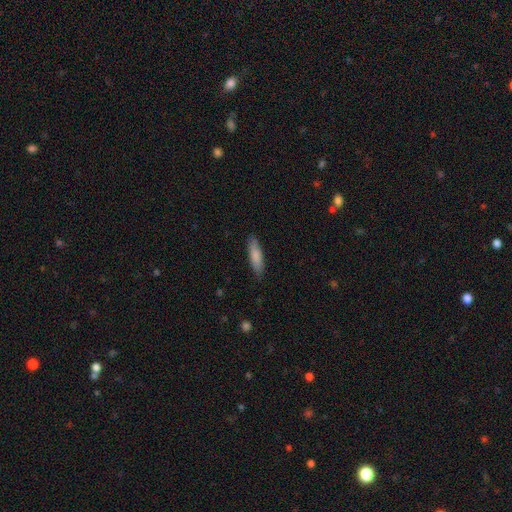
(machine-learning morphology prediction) Smooth or featured?
  - smooth: 82% *
  - featured or disk: 12%
  - star or artifact: 6%
How rounded?
  - cigar-shaped: 65% *
  - in between: 33%
  - round: 1%
Merging?
  - none: 85% *
  - minor disturbance: 12%
  - major disturbance: 2%
  - merger: 1%